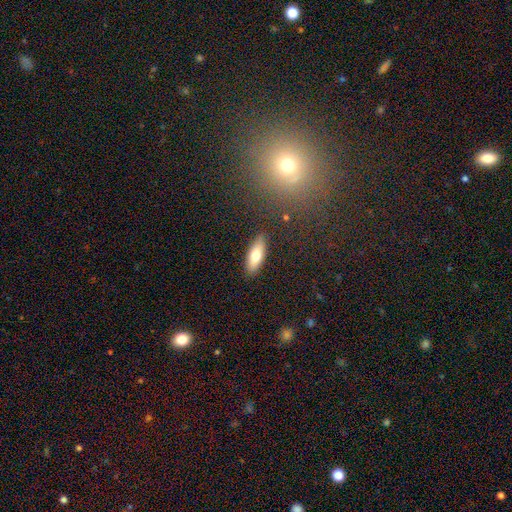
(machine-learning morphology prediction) Smooth or featured: smooth — 73% (featured or disk — 21%)
How rounded: in between — 63% (cigar-shaped — 35%)
Merging: none — 88% (minor disturbance — 9%)